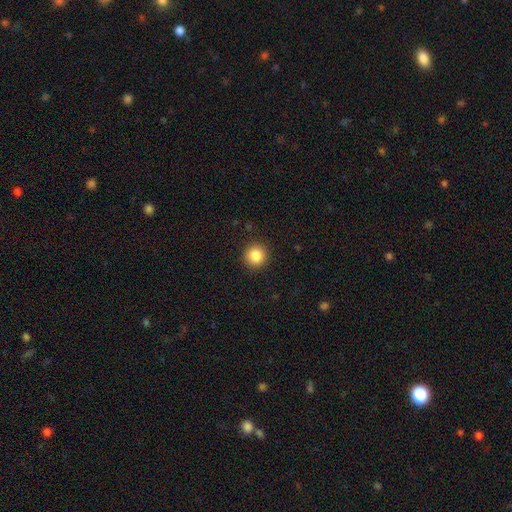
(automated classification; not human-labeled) A smooth galaxy with no disk features (85%) that is round (94%). Merging: none (92%).